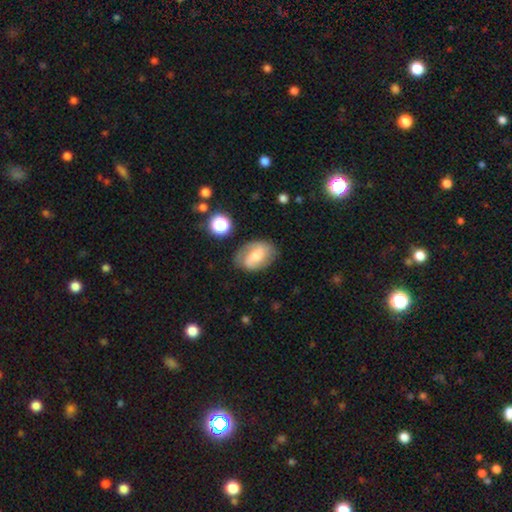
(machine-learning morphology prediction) type=featured or disk (56%); edge-on=no (96%); bar=weak (44%); spiral arms=yes (87%); bulge=moderate (43%); merging=none (69%).